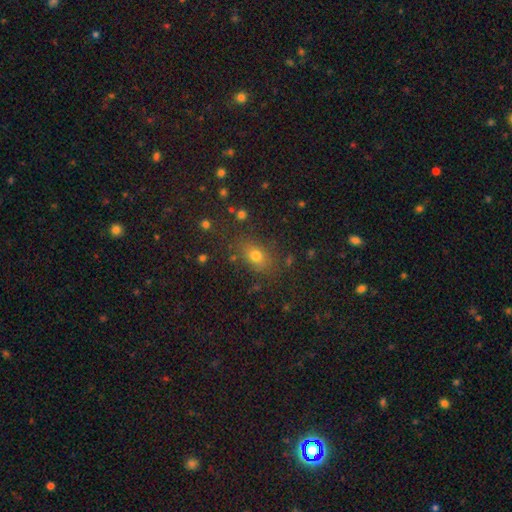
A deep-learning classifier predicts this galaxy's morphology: The model was most divided on "how rounded": in between: 66%, round: 31%, cigar-shaped: 3%. More confident: merging — none (79%); smooth or featured — smooth (71%).